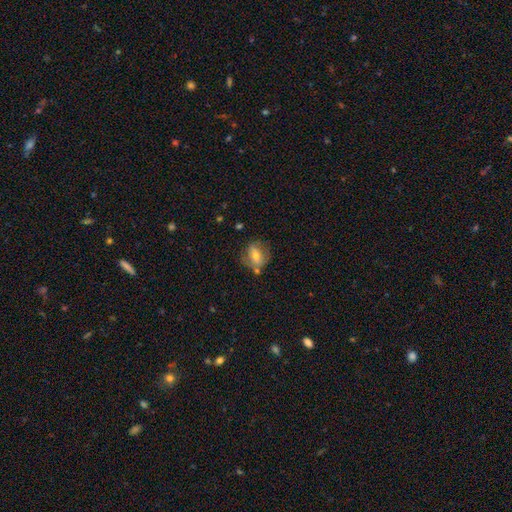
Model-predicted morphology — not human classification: The model was most divided on "how rounded": in between: 51%, round: 46%, cigar-shaped: 3%. More confident: merging — none (59%); smooth or featured — smooth (52%).